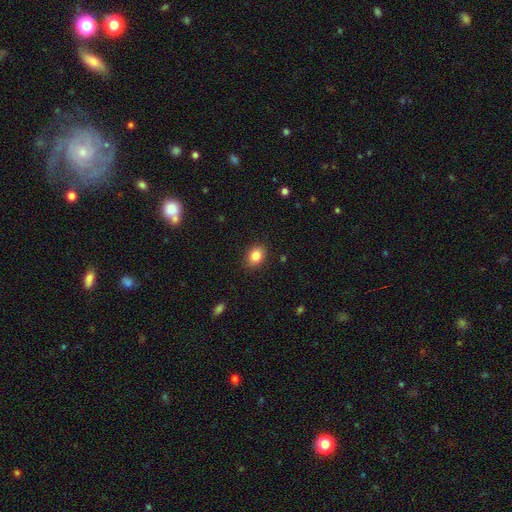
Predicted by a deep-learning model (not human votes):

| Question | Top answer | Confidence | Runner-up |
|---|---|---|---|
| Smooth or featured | smooth | 85% | star or artifact (9%) |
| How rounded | in between | 61% | round (38%) |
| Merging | none | 88% | minor disturbance (9%) |